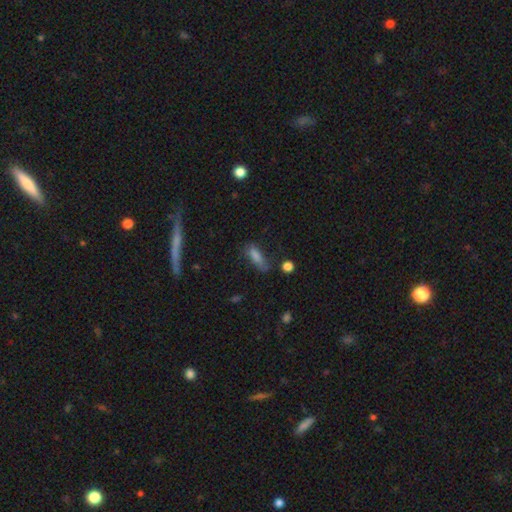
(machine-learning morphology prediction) This appears to be a smooth galaxy with no disk features (72%) that is in between round and cigar-shaped (51%). Merging: none (54%).